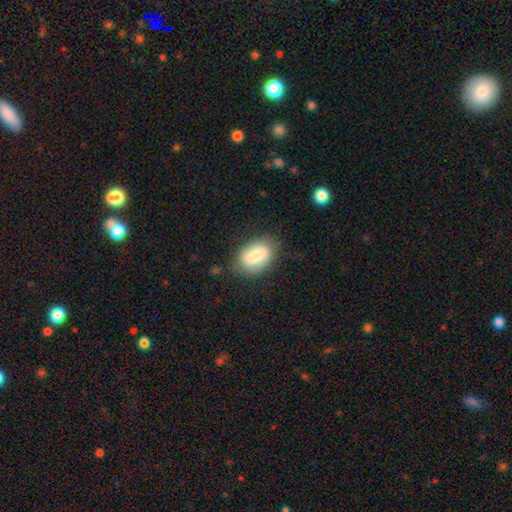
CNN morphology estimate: smooth 78%, featured or disk 16%, star or artifact 7%. Down the decision tree: how rounded — in between (90%); merging — none (72%).